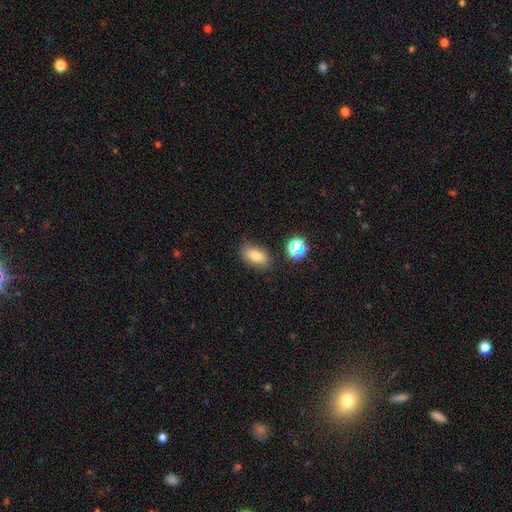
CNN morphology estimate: Smooth or featured: smooth — 76% (featured or disk — 12%)
How rounded: in between — 86% (round — 10%)
Merging: none — 79% (minor disturbance — 14%)